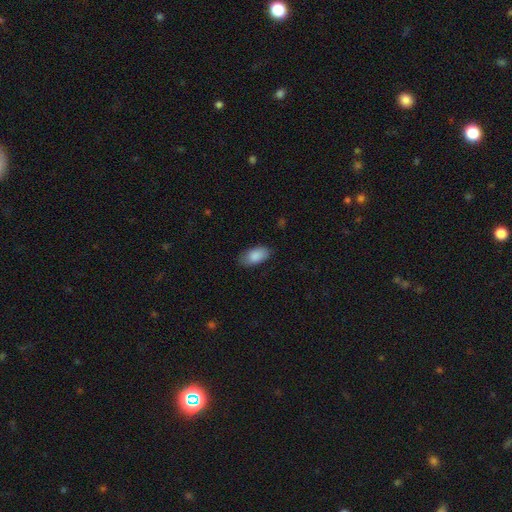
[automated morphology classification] A smooth galaxy with no disk features (88%) that is in between round and cigar-shaped (94%).

Vote fractions:
- Smooth or featured? smooth: 88% / star or artifact: 6% / featured or disk: 6%
- How rounded? in between: 94% / round: 3% / cigar-shaped: 3%
- Merging? none: 81% / minor disturbance: 15% / major disturbance: 3% / merger: 1%